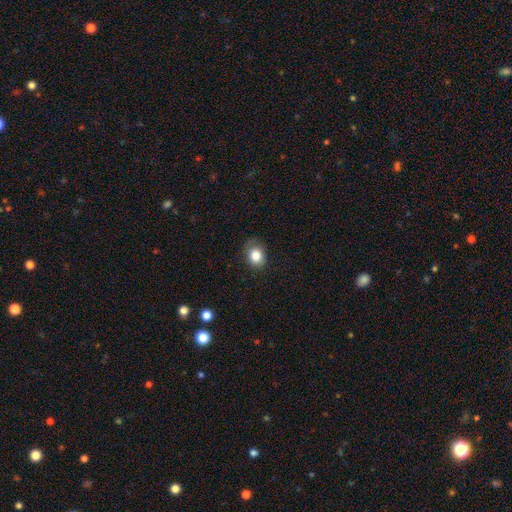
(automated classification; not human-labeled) A smooth galaxy with no disk features (84%) that is round (54%). Merging: none (75%).